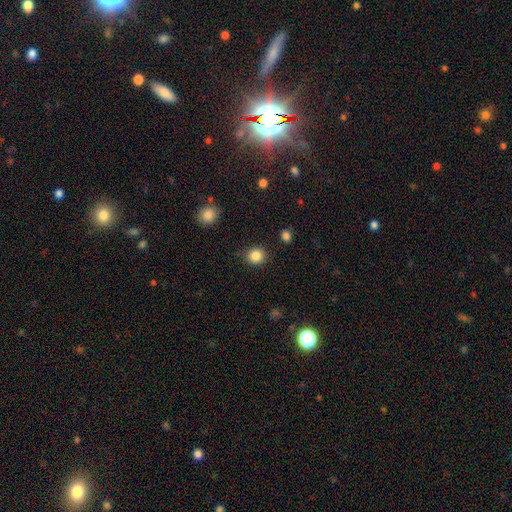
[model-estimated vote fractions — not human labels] This is clearly a smooth galaxy (85%). How rounded: clearly round (85%). Merging: clearly none (87%).